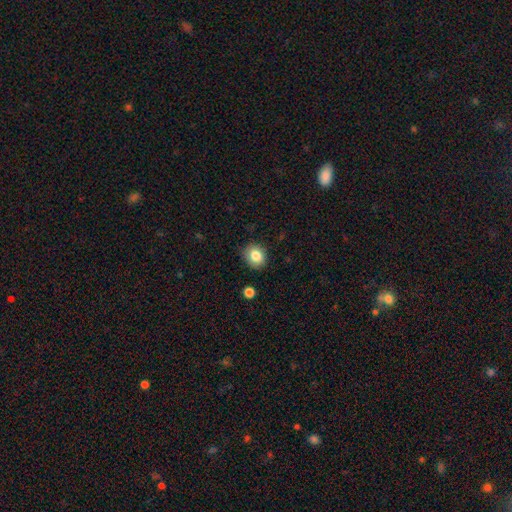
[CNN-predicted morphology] Overall: smooth (83%). How rounded: round (65%; in between 34%). Merging: none (85%).